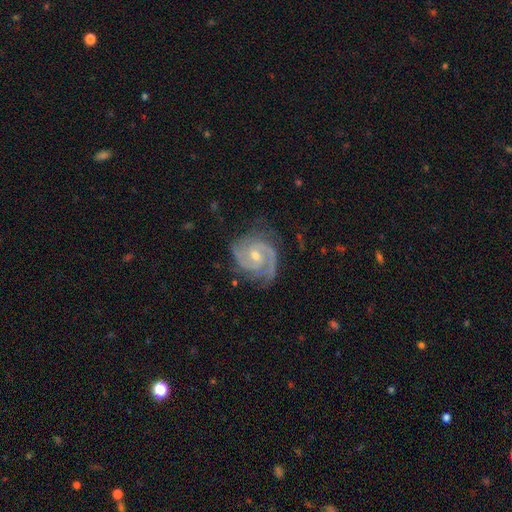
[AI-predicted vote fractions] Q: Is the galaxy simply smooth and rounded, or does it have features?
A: featured or disk — 91%.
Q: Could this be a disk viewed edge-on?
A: no — 98%.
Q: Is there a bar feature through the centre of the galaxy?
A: no — 54%.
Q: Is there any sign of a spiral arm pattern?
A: yes — 98%.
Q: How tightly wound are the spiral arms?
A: tight — 54%.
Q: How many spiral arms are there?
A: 2 — 70%.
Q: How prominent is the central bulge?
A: moderate — 49%.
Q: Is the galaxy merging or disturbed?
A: none — 72%.